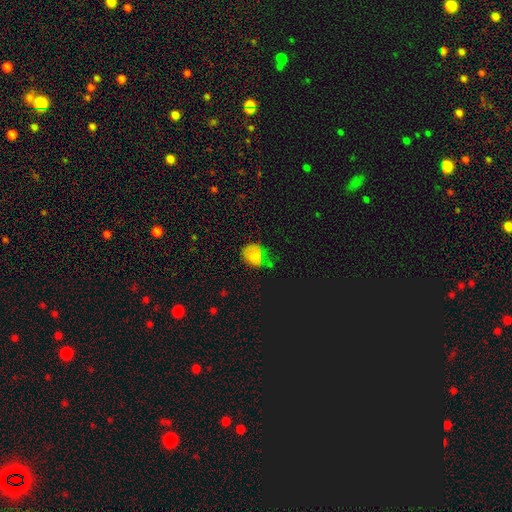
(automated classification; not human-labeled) This is likely a smooth galaxy (65%). How rounded: possibly round (56%). Merging: possibly none (51%).